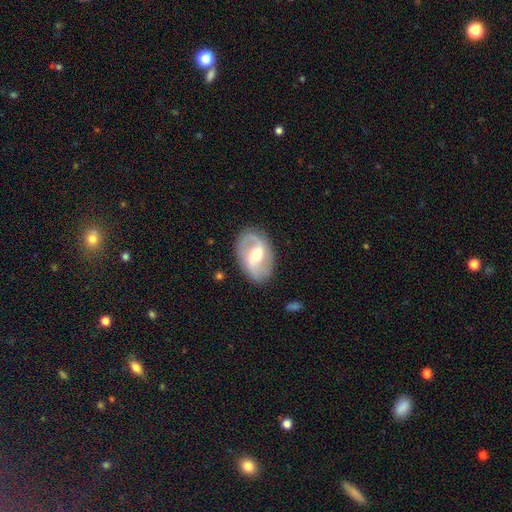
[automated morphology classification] A featured or disk galaxy (82%) with a weak bar (49%), 2 (89%) loose (45%) spiral arms (91%) and a moderate central bulge (66%). Merging: none (84%).